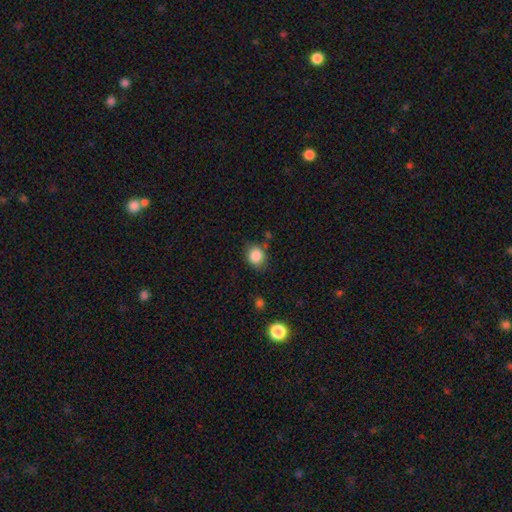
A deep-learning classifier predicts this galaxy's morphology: Q: Smooth or featured?
A: smooth (85%); runner-up: star or artifact (9%)
Q: How rounded?
A: round (66%); runner-up: in between (33%)
Q: Merging?
A: none (73%); runner-up: minor disturbance (19%)